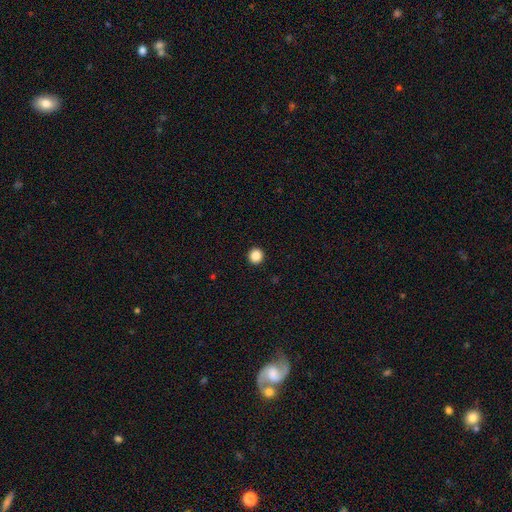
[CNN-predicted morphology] smooth 87%, star or artifact 10%, featured or disk 3%. Down the decision tree: how rounded — round (94%); merging — none (94%).